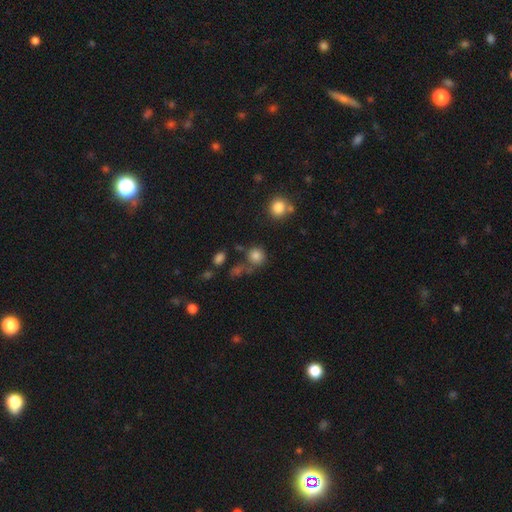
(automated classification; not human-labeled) Smooth or featured?
  - smooth: 80% *
  - star or artifact: 13%
  - featured or disk: 7%
How rounded?
  - round: 88% *
  - in between: 11%
  - cigar-shaped: 1%
Merging?
  - none: 69% *
  - merger: 13%
  - minor disturbance: 13%
  - major disturbance: 5%